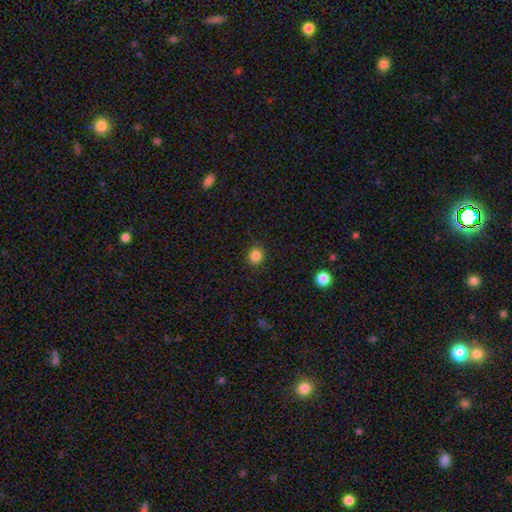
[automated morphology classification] type=smooth (85%); roundness=round (85%); merging=none (90%).